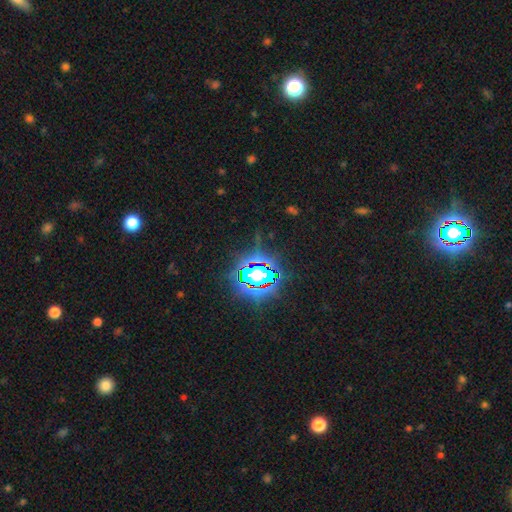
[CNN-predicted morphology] This is likely a star or artifact rather than a galaxy (80%).